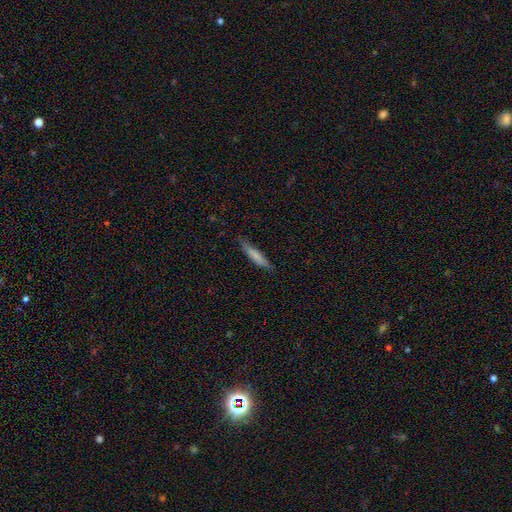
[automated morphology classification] smooth 74%, featured or disk 20%, star or artifact 6%. Down the decision tree: how rounded — cigar-shaped (89%); merging — none (79%).